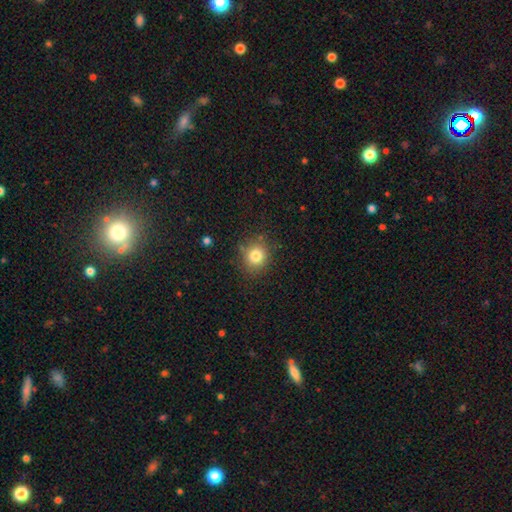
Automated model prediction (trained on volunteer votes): This appears to be a smooth galaxy with no disk features (81%) that is round (83%). Merging: none (83%).